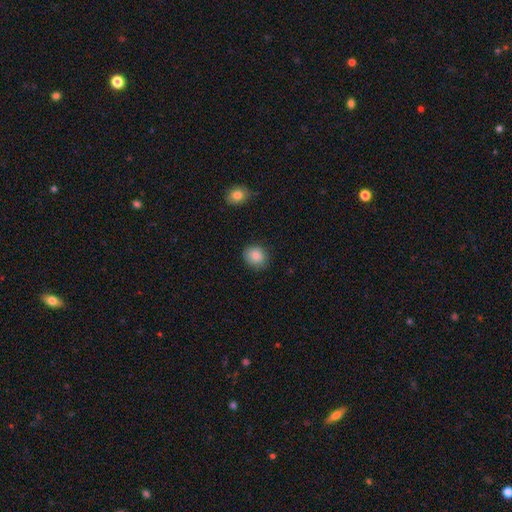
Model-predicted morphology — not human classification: Smooth or featured? smooth (87%)
How rounded? round (76%)
Merging? none (84%)